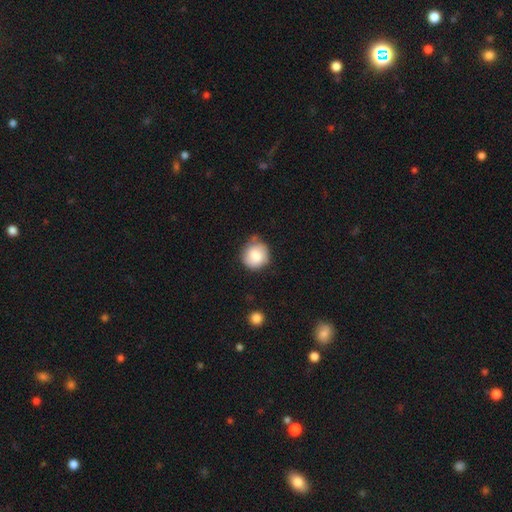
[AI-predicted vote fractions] Smooth or featured? Predicted: smooth (p=0.81). How rounded? Predicted: round (p=0.90). Merging? Predicted: none (p=0.70).